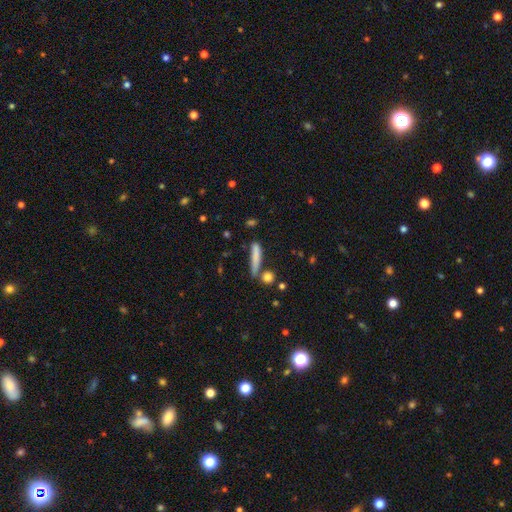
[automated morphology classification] Overall: smooth (76%). How rounded: cigar-shaped (87%). Merging: none (63%).